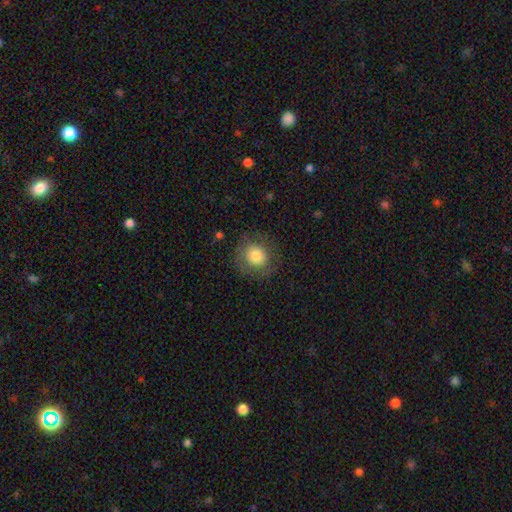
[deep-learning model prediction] The model was most divided on "smooth or featured": smooth: 78%, featured or disk: 13%, star or artifact: 9%. More confident: how rounded — round (89%); merging — none (78%).